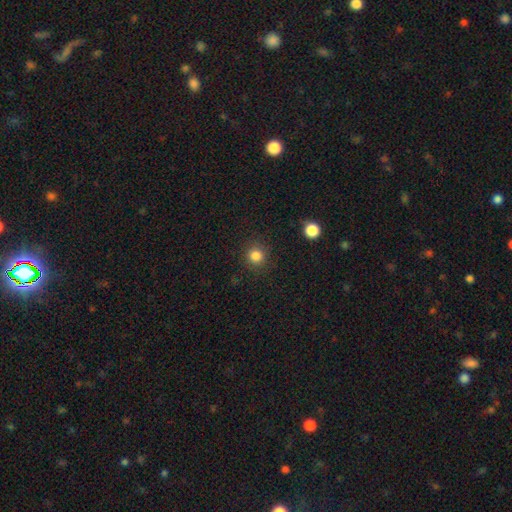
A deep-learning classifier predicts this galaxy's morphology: Smooth or featured? Predicted: smooth (p=0.83). How rounded? Predicted: round (p=0.91). Merging? Predicted: none (p=0.89).